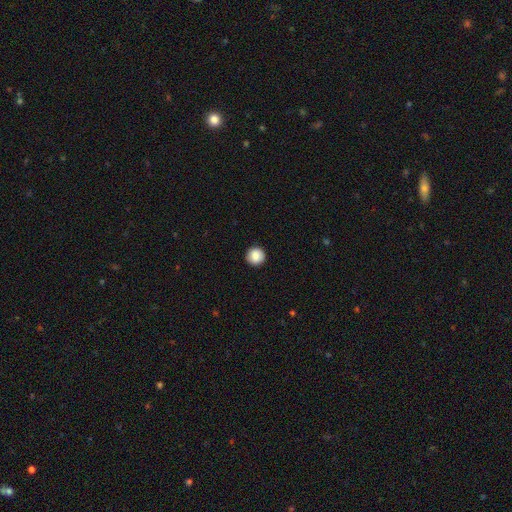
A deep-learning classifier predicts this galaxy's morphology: smooth-or-featured: smooth: 86% | star or artifact: 8% | featured or disk: 5%
  how-rounded: round: 95% | in between: 4% | cigar-shaped: 1%
  merging: none: 92% | minor disturbance: 5% | major disturbance: 2% | merger: 1%